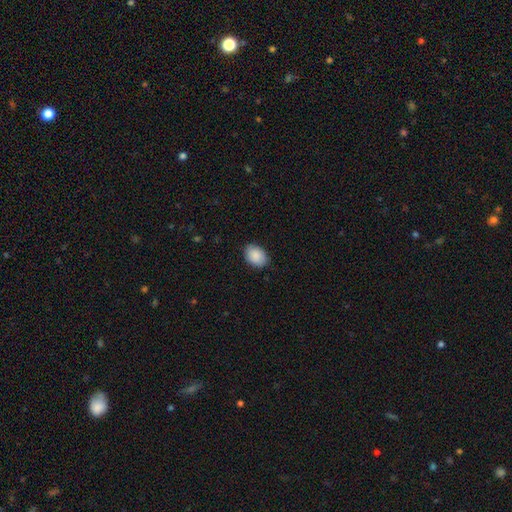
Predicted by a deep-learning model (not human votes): Smooth or featured: smooth — 90% (star or artifact — 6%)
How rounded: in between — 81% (round — 18%)
Merging: none — 85% (minor disturbance — 11%)